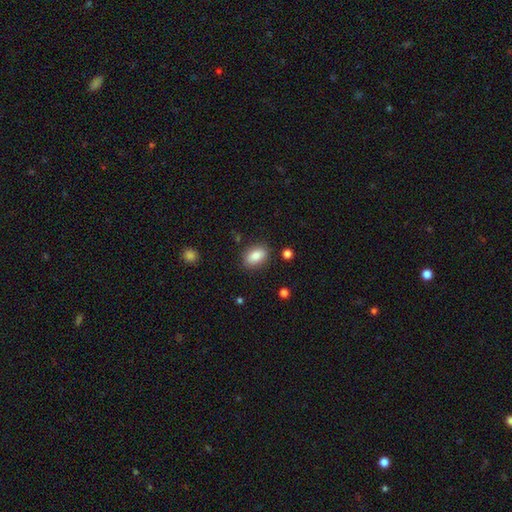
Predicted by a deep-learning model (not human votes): smooth_or_featured: smooth (p=0.84) [alt: featured or disk p=0.08]
how_rounded: in between (p=0.87) [alt: round p=0.10]
merging: none (p=0.85) [alt: minor disturbance p=0.11]